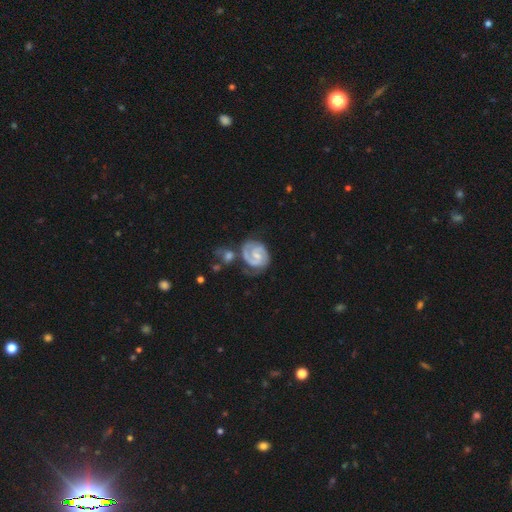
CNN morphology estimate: This is clearly a featured or disk galaxy (86%). It is clearly not viewed edge-on (98%). Bar: possibly weak (51%). Spiral arm pattern: clearly yes (97%). Spiral arm count: clearly 2 (82%). Spiral winding: possibly tight (53%). Central bulge: possibly small (52%). Merging: possibly none (53%).